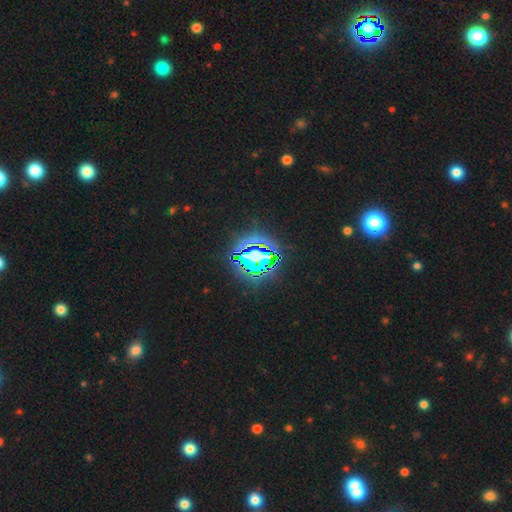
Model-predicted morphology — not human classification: The model was most divided on "smooth or featured": star or artifact: 70%, smooth: 17%, featured or disk: 13%.